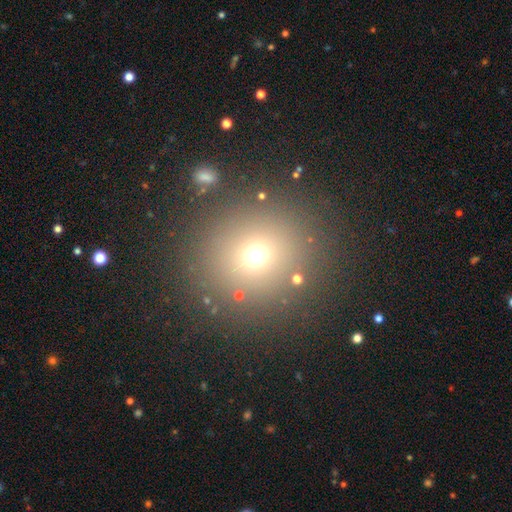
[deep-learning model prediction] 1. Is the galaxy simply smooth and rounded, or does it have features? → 67% smooth, 24% star or artifact, 9% featured or disk.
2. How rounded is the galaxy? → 88% round, 11% in between, 1% cigar-shaped.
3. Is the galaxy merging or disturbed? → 86% none, 6% minor disturbance, 4% merger, 4% major disturbance.